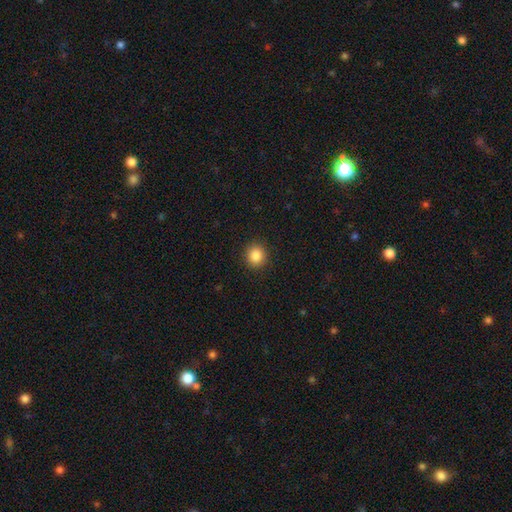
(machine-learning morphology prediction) Smooth or featured?
  - smooth: 86% *
  - star or artifact: 10%
  - featured or disk: 4%
How rounded?
  - round: 89% *
  - in between: 10%
  - cigar-shaped: 1%
Merging?
  - none: 91% *
  - minor disturbance: 6%
  - major disturbance: 2%
  - merger: 1%